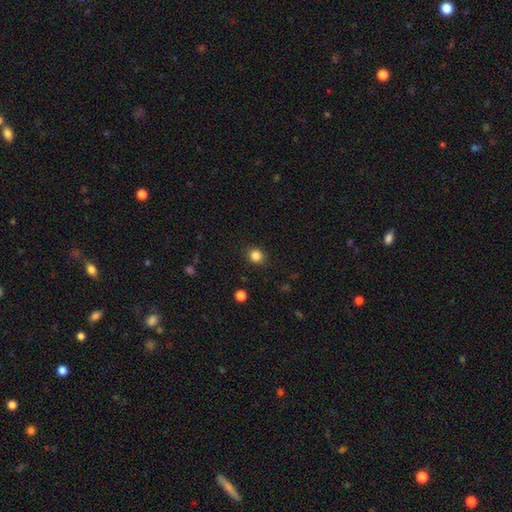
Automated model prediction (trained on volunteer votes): Overall: smooth (85%). How rounded: round (81%). Merging: none (89%).